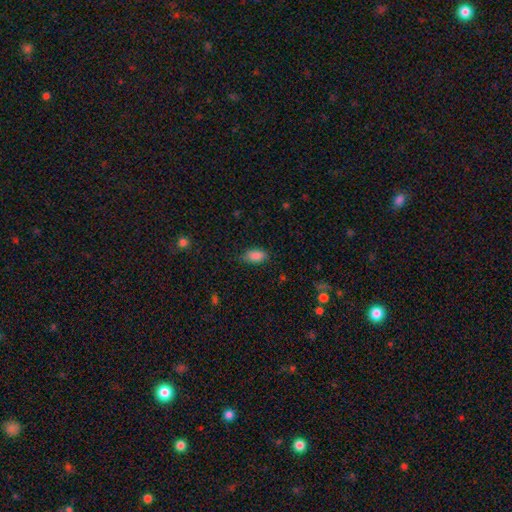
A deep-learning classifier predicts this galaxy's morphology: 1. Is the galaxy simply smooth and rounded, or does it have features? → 87% smooth, 8% star or artifact, 5% featured or disk.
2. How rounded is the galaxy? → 89% in between, 7% cigar-shaped, 4% round.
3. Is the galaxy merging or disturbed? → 77% none, 18% minor disturbance, 4% major disturbance, 1% merger.